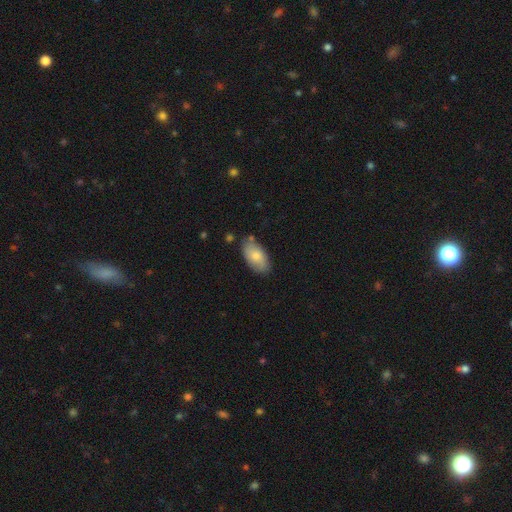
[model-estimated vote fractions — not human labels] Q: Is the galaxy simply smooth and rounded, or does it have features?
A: smooth — 77%.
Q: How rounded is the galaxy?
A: in between — 94%.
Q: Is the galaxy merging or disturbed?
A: none — 77%.